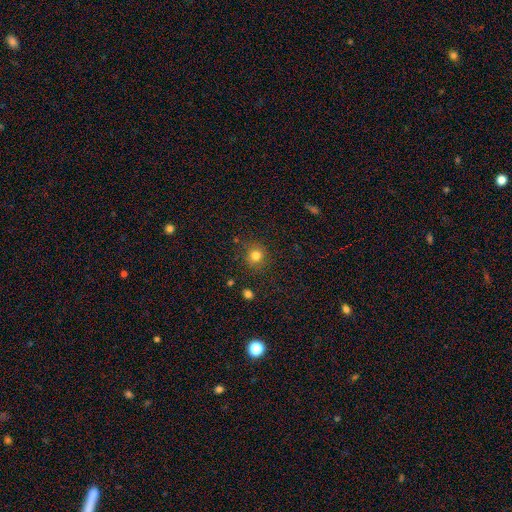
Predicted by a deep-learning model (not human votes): A smooth galaxy with no disk features (80%) that is round (90%). Merging: none (85%).